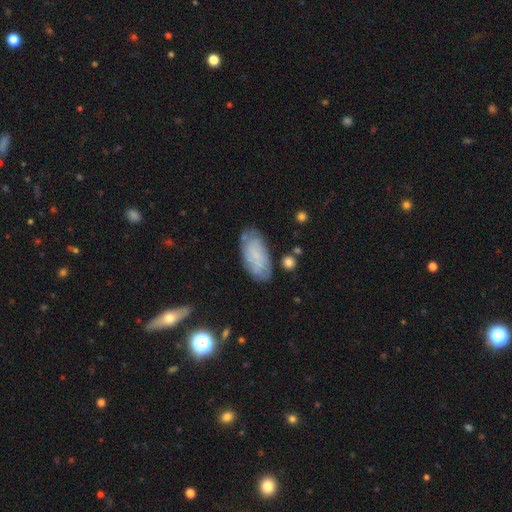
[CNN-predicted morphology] smooth-or-featured: smooth: 52% | featured or disk: 40% | star or artifact: 8%
  how-rounded: in between: 90% | cigar-shaped: 7% | round: 3%
  merging: none: 71% | minor disturbance: 20% | major disturbance: 6% | merger: 3%